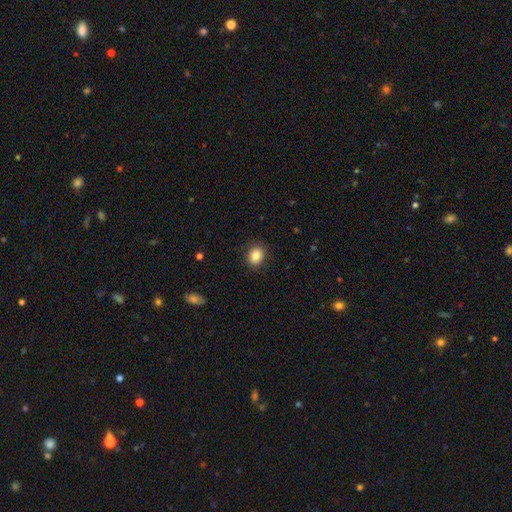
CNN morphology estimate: Overall: smooth (85%). How rounded: in between (54%; round 45%). Merging: none (88%).